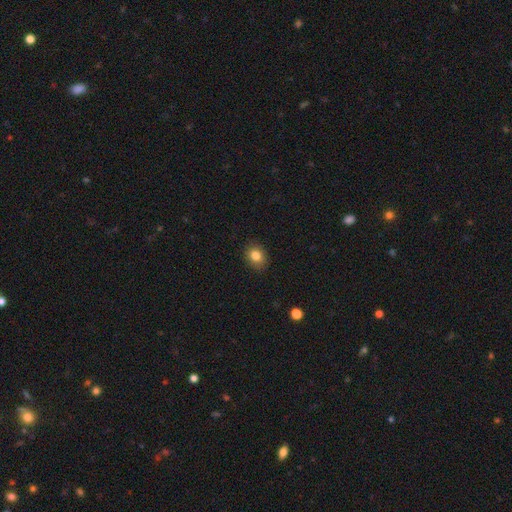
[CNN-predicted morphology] Smooth or featured? Predicted: smooth (p=0.82). How rounded? Predicted: round (p=0.54). Merging? Predicted: none (p=0.89).